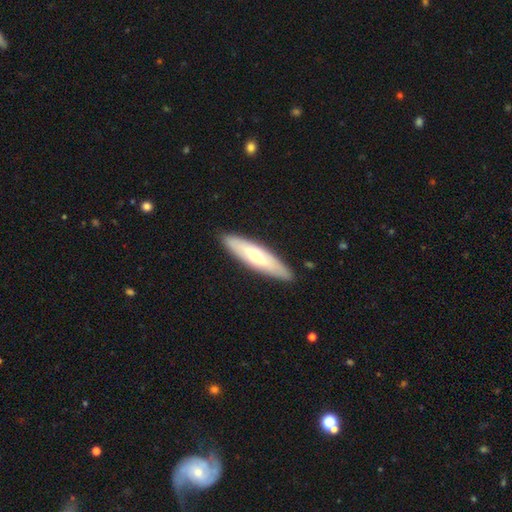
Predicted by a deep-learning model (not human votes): smooth_or_featured: smooth (p=0.51) [alt: featured or disk p=0.43]
how_rounded: cigar-shaped (p=0.71) [alt: in between p=0.27]
merging: none (p=0.89) [alt: minor disturbance p=0.08]